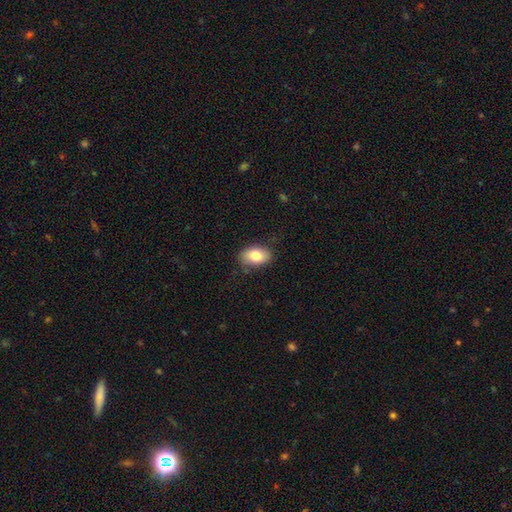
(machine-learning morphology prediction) smooth_or_featured: smooth (p=0.81) [alt: featured or disk p=0.11]
how_rounded: in between (p=0.86) [alt: round p=0.12]
merging: none (p=0.80) [alt: minor disturbance p=0.15]